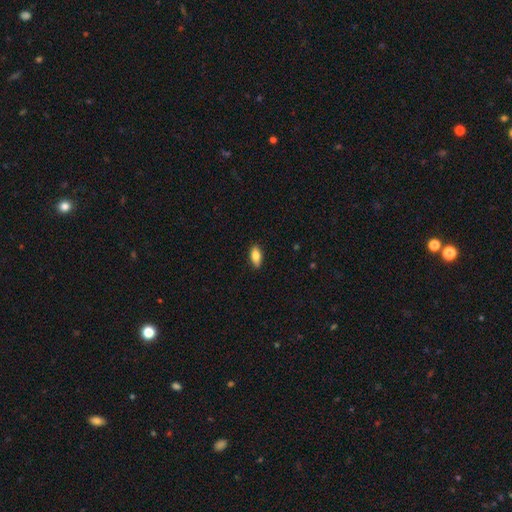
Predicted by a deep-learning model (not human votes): This appears to be a smooth galaxy with no disk features (84%) that is in between round and cigar-shaped (85%). Merging: none (87%).